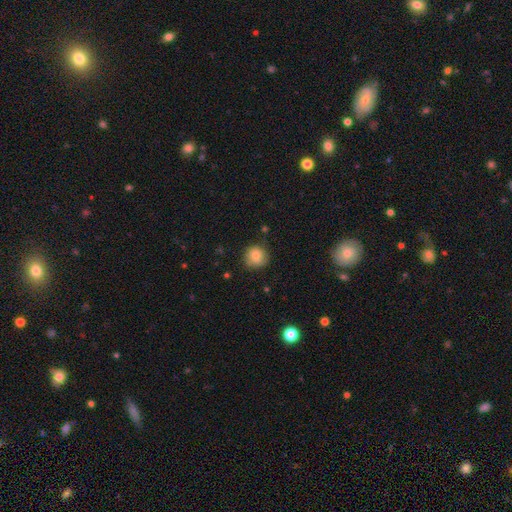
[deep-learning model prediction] Smooth or featured?
  - smooth: 81% *
  - featured or disk: 10%
  - star or artifact: 9%
How rounded?
  - round: 89% *
  - in between: 10%
  - cigar-shaped: 1%
Merging?
  - none: 75% *
  - minor disturbance: 19%
  - major disturbance: 4%
  - merger: 2%